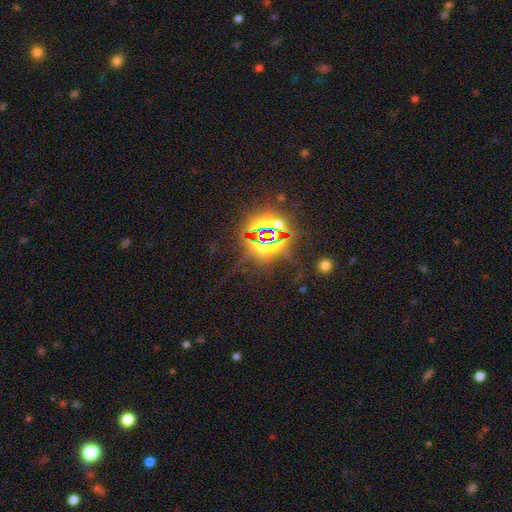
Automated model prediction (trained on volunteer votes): This appears to be a star or artifact, not a galaxy (85%).